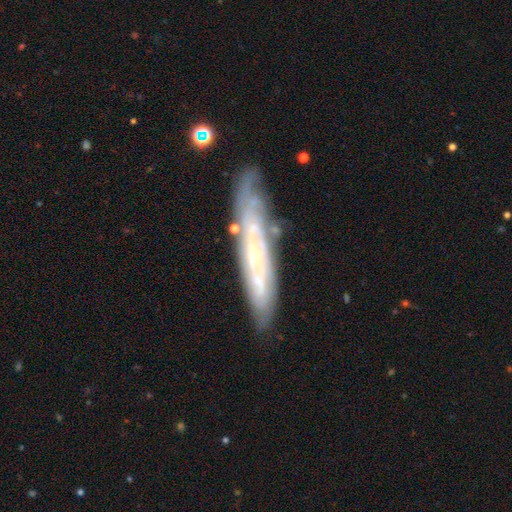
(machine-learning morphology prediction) This appears to be a featured or disk galaxy (73%). Merging: none (74%).